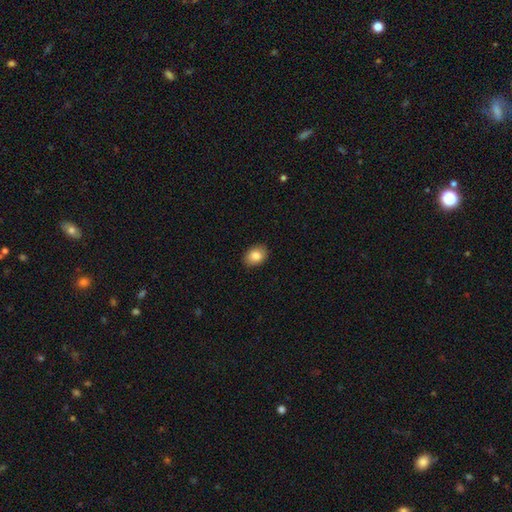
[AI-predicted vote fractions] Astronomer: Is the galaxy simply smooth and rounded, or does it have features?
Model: smooth — 85%.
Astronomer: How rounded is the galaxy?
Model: in between — 73%.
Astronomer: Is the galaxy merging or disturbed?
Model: none — 89%.